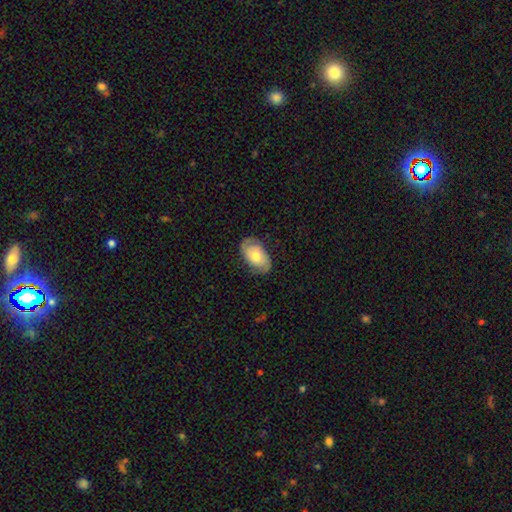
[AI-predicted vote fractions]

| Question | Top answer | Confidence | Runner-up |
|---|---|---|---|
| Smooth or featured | featured or disk | 56% | smooth (38%) |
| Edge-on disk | no | 94% | yes (6%) |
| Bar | no | 80% | weak (16%) |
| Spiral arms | yes | 75% | no (25%) |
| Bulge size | moderate | 70% | small (21%) |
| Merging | none | 77% | minor disturbance (17%) |